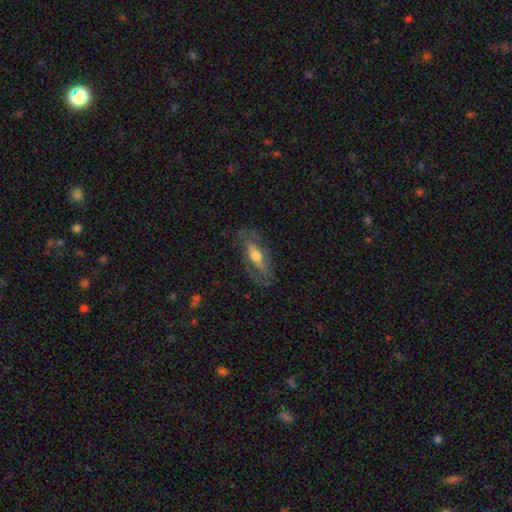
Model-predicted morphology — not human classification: This appears to be a featured or disk galaxy (58%). Merging: none (68%).